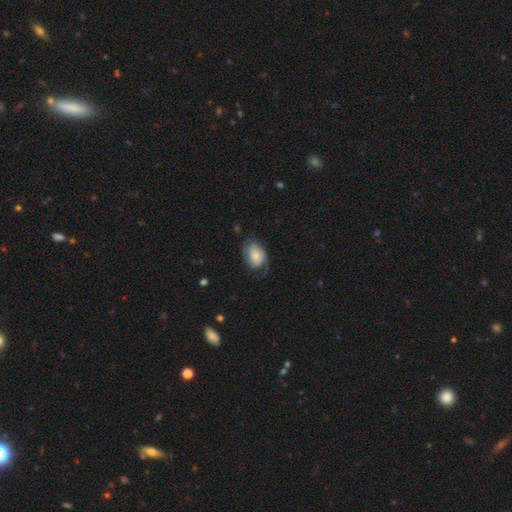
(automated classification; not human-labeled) A smooth galaxy with no disk features (71%) that is in between round and cigar-shaped (78%). Merging: none (53%).